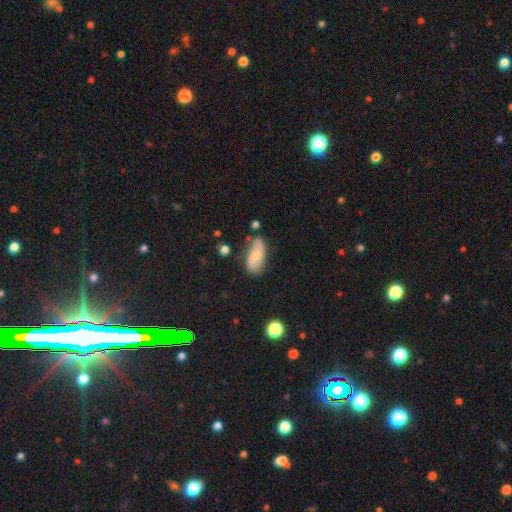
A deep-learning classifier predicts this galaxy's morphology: Overall: smooth (49%; featured or disk 44%). Merging: none (69%).